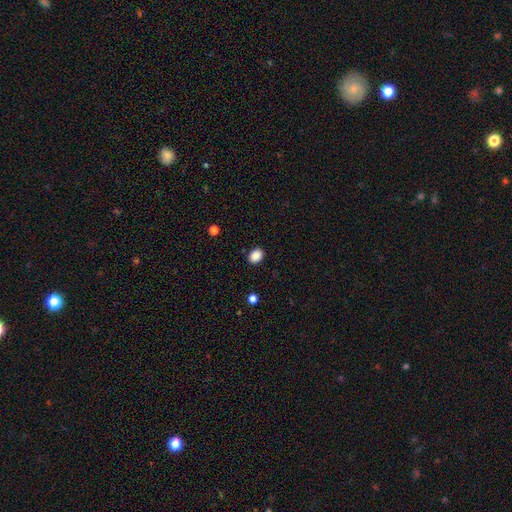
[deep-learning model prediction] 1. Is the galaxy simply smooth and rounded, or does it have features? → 88% smooth, 9% star or artifact, 3% featured or disk.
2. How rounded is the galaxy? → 59% in between, 40% round, 1% cigar-shaped.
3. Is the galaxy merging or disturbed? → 88% none, 9% minor disturbance, 2% major disturbance, 1% merger.